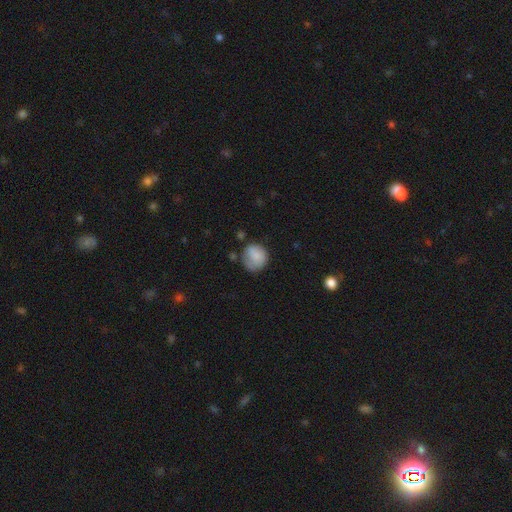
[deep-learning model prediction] A smooth galaxy with no disk features (80%) that is round (82%). Merging: none (57%).